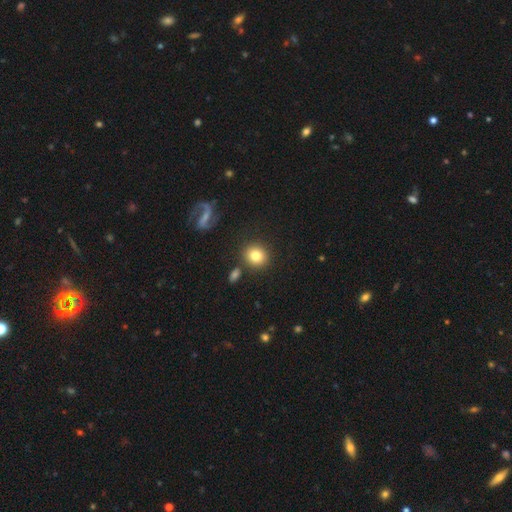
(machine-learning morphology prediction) Smooth or featured?
  - smooth: 80% *
  - star or artifact: 10%
  - featured or disk: 10%
How rounded?
  - round: 86% *
  - in between: 13%
  - cigar-shaped: 1%
Merging?
  - none: 83% *
  - minor disturbance: 8%
  - merger: 6%
  - major disturbance: 3%